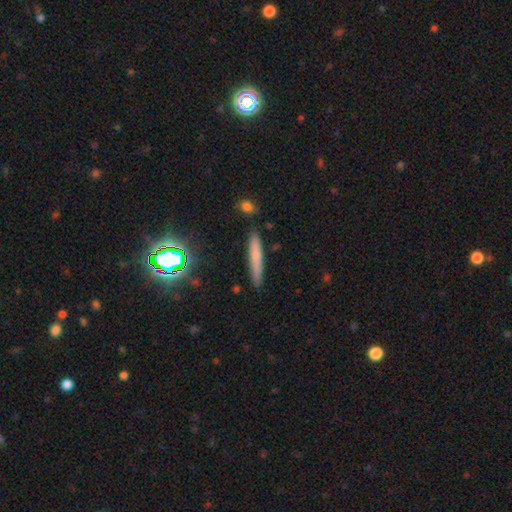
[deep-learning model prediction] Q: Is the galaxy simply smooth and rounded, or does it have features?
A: smooth — 62%.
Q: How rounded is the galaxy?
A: cigar-shaped — 93%.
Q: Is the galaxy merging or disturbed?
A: none — 84%.